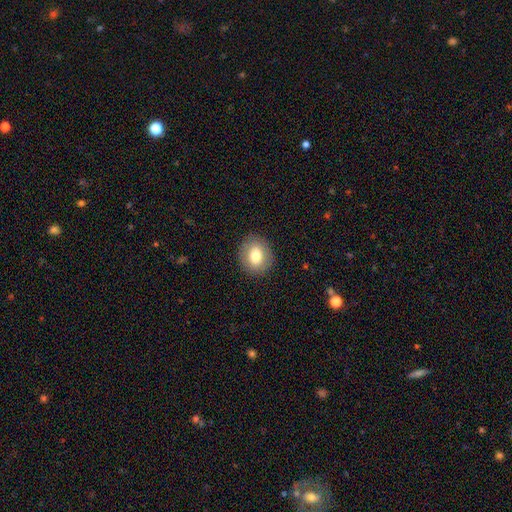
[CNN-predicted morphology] Overall: smooth (76%). How rounded: round (71%). Merging: none (89%).